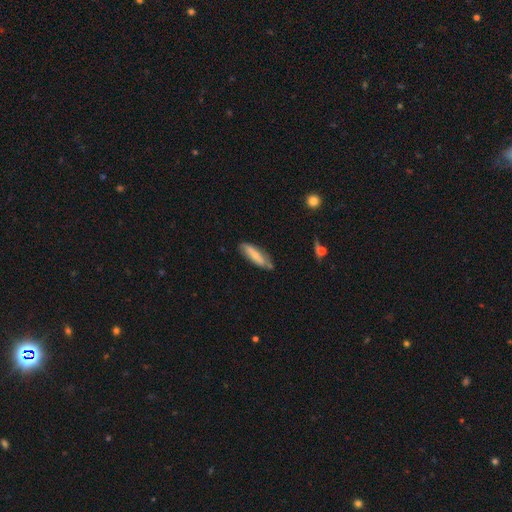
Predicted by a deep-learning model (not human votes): Smooth or featured? Predicted: smooth (p=0.67). How rounded? Predicted: cigar-shaped (p=0.62). Merging? Predicted: none (p=0.70).